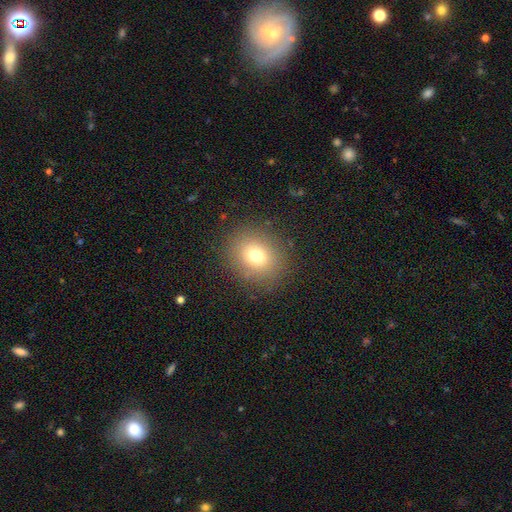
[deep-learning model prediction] Q: Smooth or featured?
A: smooth (73%); runner-up: star or artifact (15%)
Q: How rounded?
A: round (73%); runner-up: in between (26%)
Q: Merging?
A: none (86%); runner-up: minor disturbance (9%)